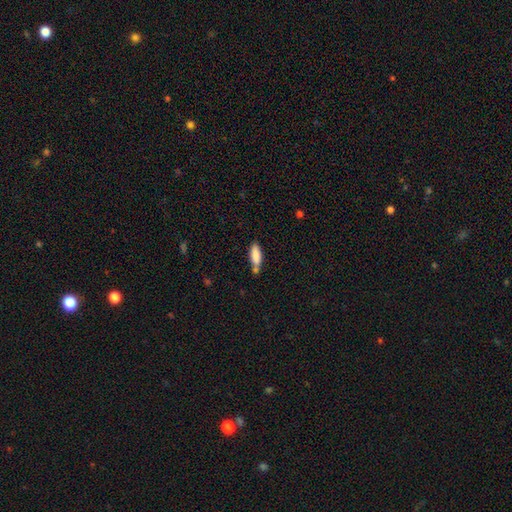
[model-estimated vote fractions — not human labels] Smooth or featured? smooth (85%)
How rounded? in between (62%)
Merging? none (58%)